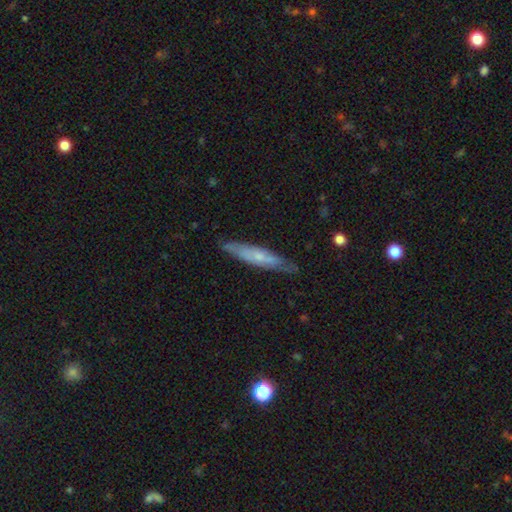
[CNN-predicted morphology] This is possibly a smooth galaxy (47%, tied with featured or disk). Merging: likely none (78%).